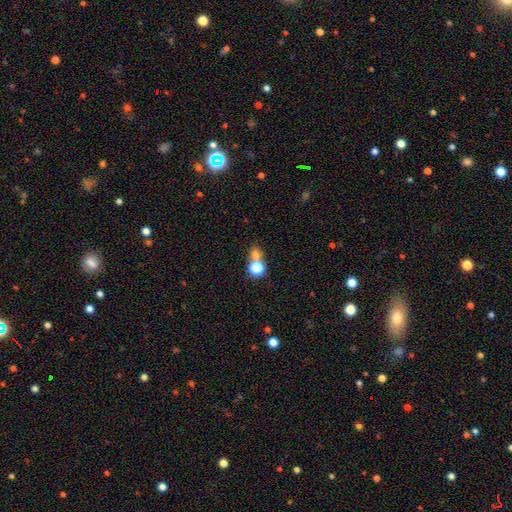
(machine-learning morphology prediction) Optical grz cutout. It shows a smooth galaxy with no disk features (69%) that is round (71%). Merging: none (47%).